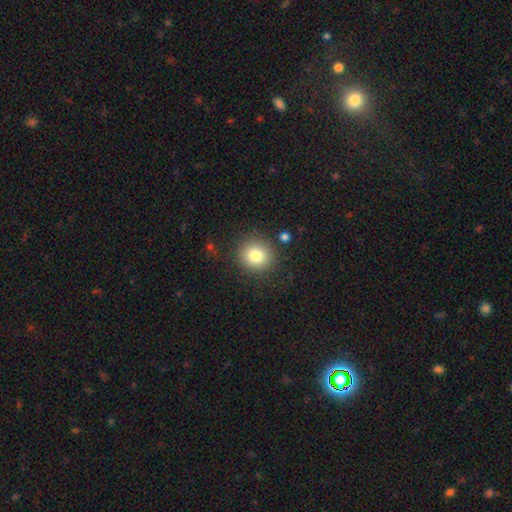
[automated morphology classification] This appears to be a smooth galaxy with no disk features (81%) that is round (88%). Merging: none (86%).